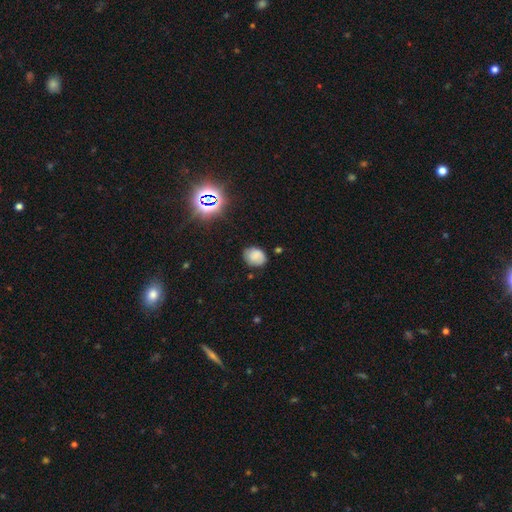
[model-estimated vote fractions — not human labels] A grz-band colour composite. It shows a smooth galaxy with no disk features (69%) that is in between round and cigar-shaped (50%). Merging: none (75%).